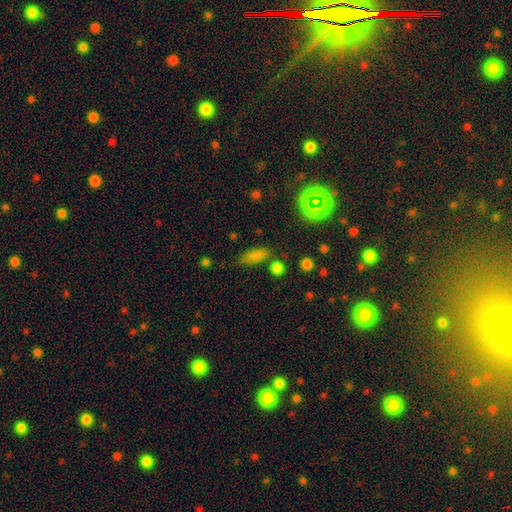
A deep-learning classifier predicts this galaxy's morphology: type=smooth (75%); roundness=in between (70%); merging=none (70%).